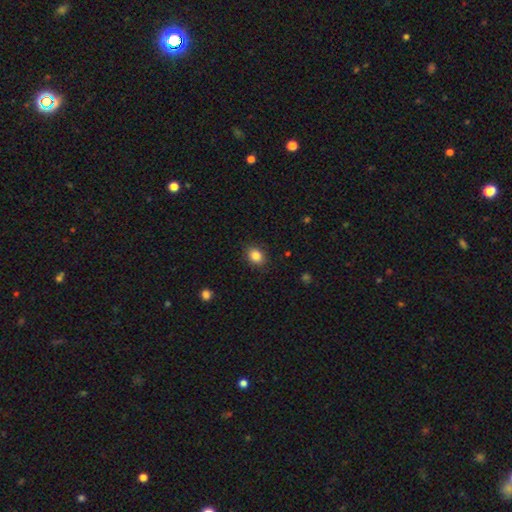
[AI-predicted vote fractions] Morphology: type=smooth (85%); roundness=in between (53%); merging=none (87%).